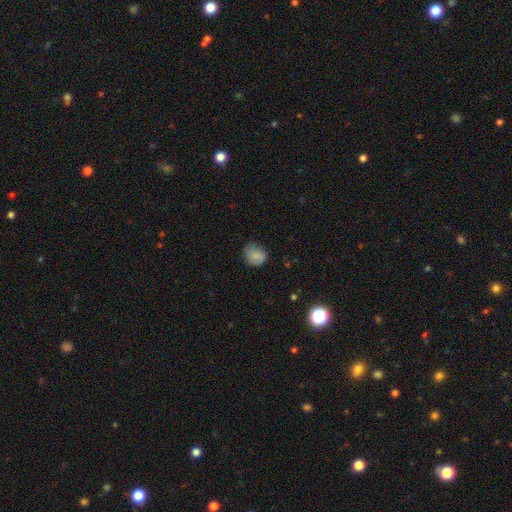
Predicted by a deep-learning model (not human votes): This appears to be a smooth galaxy with no disk features (82%) that is round (69%). Merging: none (74%).